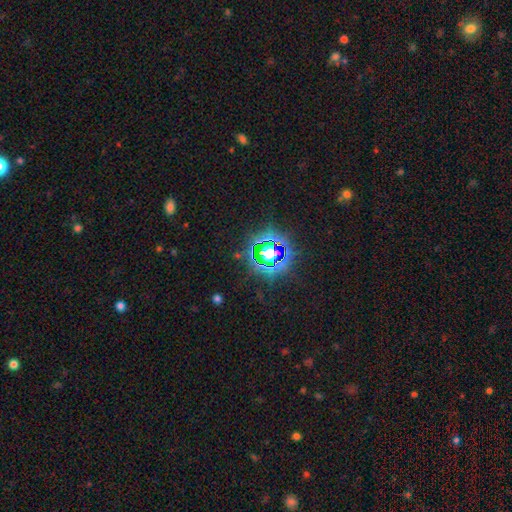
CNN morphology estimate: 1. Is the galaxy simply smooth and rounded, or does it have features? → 84% star or artifact, 11% smooth, 6% featured or disk.